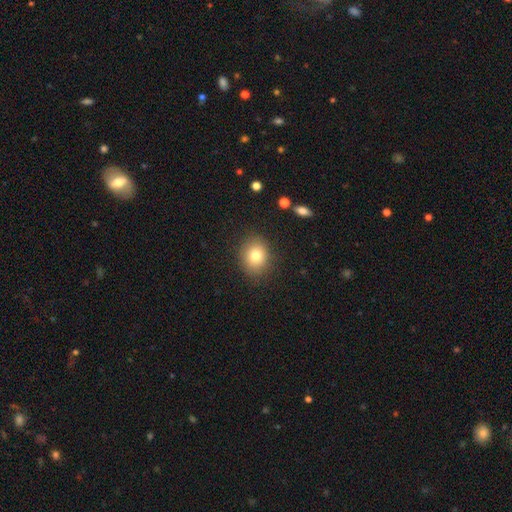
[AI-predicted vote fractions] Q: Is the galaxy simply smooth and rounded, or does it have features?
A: smooth — 79%.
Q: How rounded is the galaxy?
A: round — 61%.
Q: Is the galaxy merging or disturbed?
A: none — 86%.